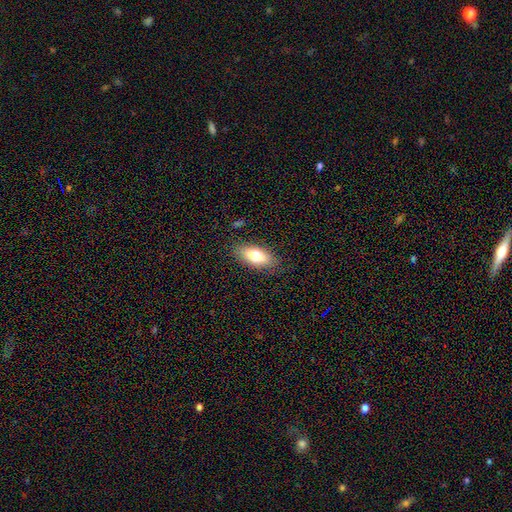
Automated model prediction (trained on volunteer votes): Smooth or featured: smooth — 75% (featured or disk — 18%)
How rounded: in between — 83% (cigar-shaped — 14%)
Merging: none — 84% (minor disturbance — 12%)